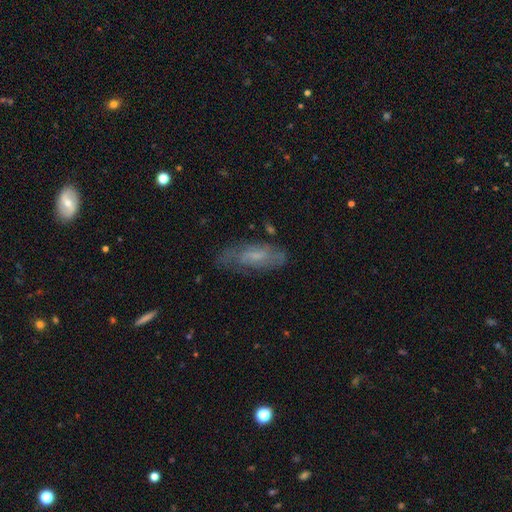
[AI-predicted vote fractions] Smooth or featured? featured or disk (51%)
Edge-on disk? no (82%)
Merging? none (64%)